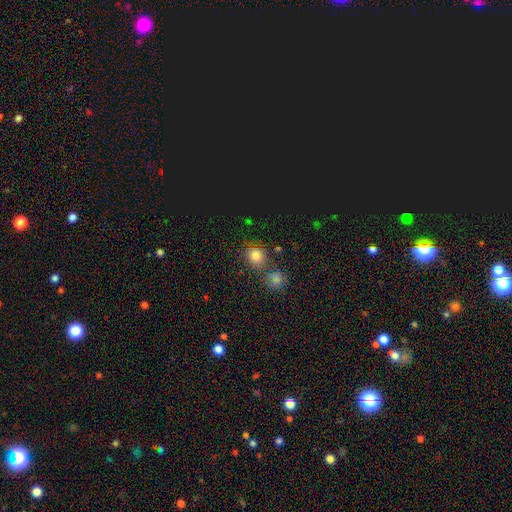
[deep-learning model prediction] Smooth or featured?
  - smooth: 76% *
  - star or artifact: 17%
  - featured or disk: 7%
How rounded?
  - round: 81% *
  - in between: 18%
  - cigar-shaped: 1%
Merging?
  - none: 73% *
  - merger: 12%
  - minor disturbance: 11%
  - major disturbance: 4%